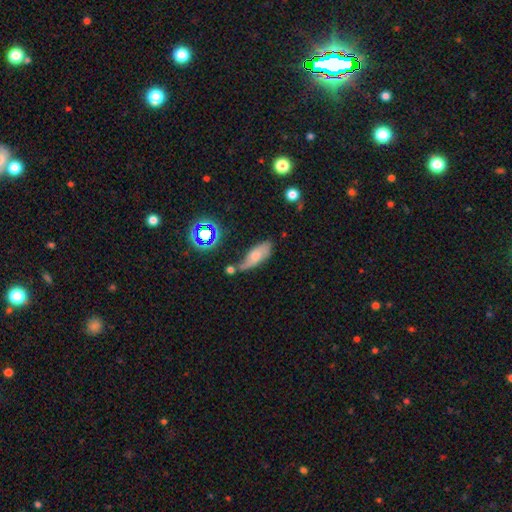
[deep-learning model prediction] smooth-or-featured: smooth: 54% | featured or disk: 34% | star or artifact: 12%
  how-rounded: in between: 74% | cigar-shaped: 22% | round: 4%
  merging: none: 43% | minor disturbance: 29% | merger: 16% | major disturbance: 12%